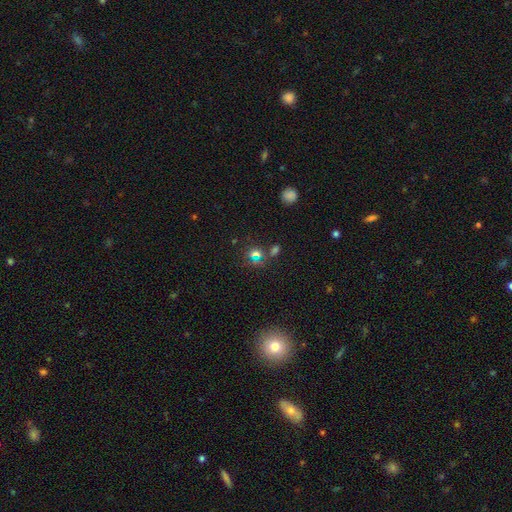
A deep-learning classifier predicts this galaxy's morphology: The model was most divided on "smooth or featured": smooth: 45%, star or artifact: 43%, featured or disk: 12%. More confident: merging — none (61%).